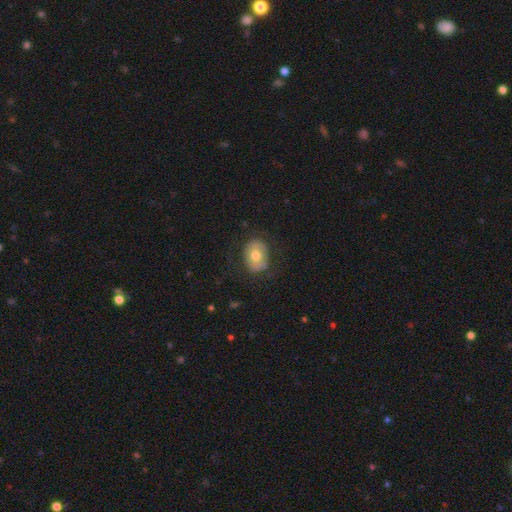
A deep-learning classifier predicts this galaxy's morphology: Smooth or featured? Predicted: smooth (p=0.59). How rounded? Predicted: in between (p=0.51). Merging? Predicted: none (p=0.75).